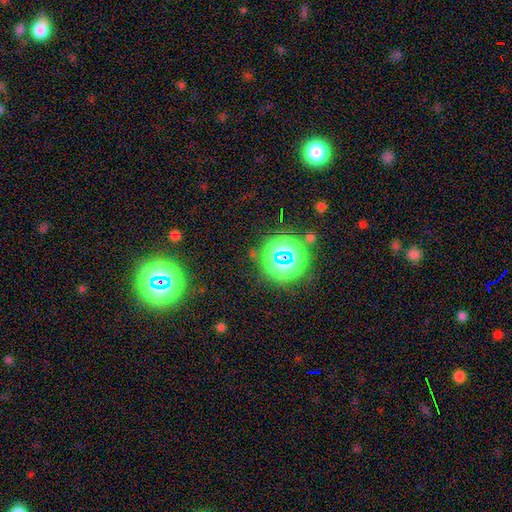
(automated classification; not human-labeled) A star or artifact, not a galaxy (69%).